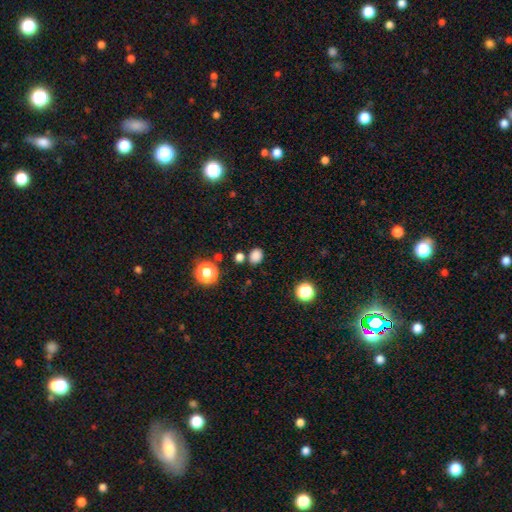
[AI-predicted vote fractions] The model was most divided on "how rounded": round: 56%, in between: 43%, cigar-shaped: 1%. More confident: smooth or featured — smooth (80%); merging — none (78%).